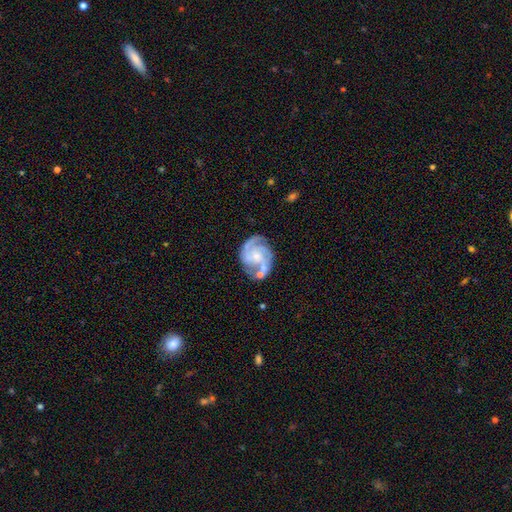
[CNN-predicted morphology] type=featured or disk (86%); edge-on=no (98%); bar=no (66%); spiral arms=yes (96%); winding=tight (49%); arm count=3 (40%); bulge=small (56%); merging=none (59%).